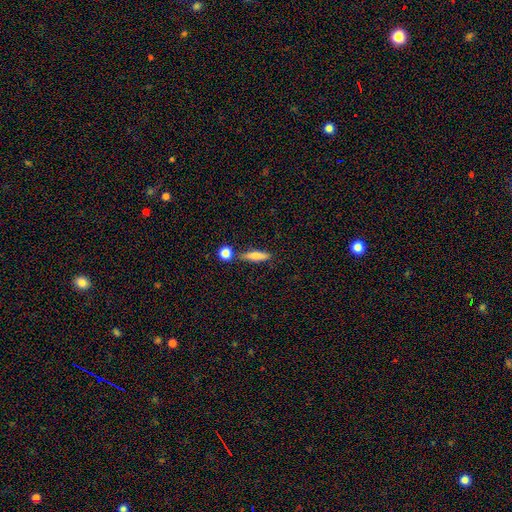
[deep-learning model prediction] This appears to be a smooth galaxy with no disk features (69%) that is cigar-shaped (70%). Merging: none (72%).